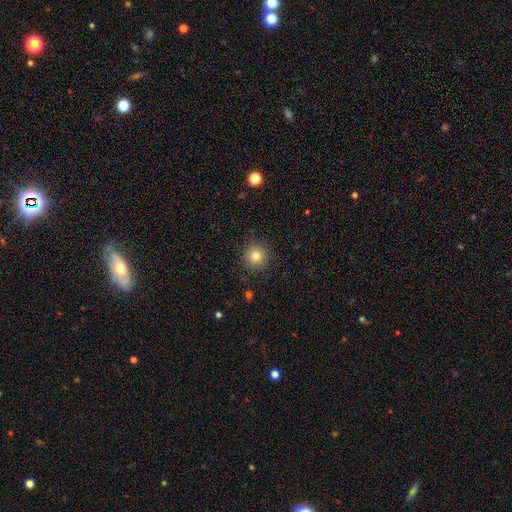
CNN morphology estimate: The model was most divided on "smooth or featured": smooth: 81%, star or artifact: 11%, featured or disk: 7%. More confident: how rounded — round (94%); merging — none (90%).